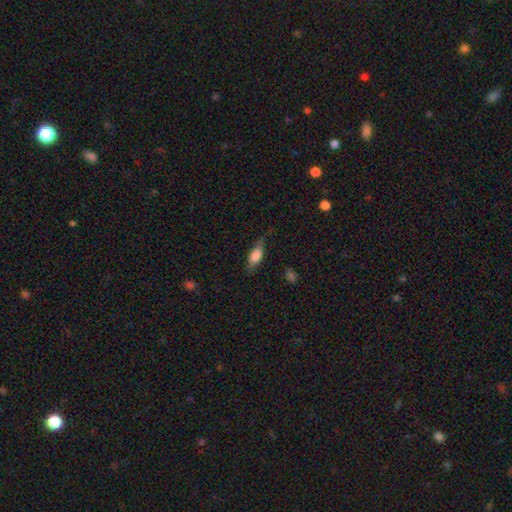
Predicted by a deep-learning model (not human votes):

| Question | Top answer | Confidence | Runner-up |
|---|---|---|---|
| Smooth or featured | smooth | 72% | featured or disk (21%) |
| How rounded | in between | 73% | cigar-shaped (24%) |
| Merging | none | 63% | minor disturbance (26%) |